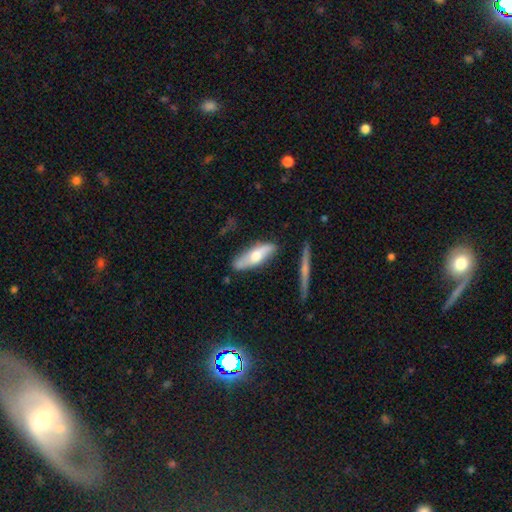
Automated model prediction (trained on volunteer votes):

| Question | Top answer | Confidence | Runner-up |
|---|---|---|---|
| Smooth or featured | smooth | 50% | featured or disk (45%) |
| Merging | none | 78% | minor disturbance (15%) |